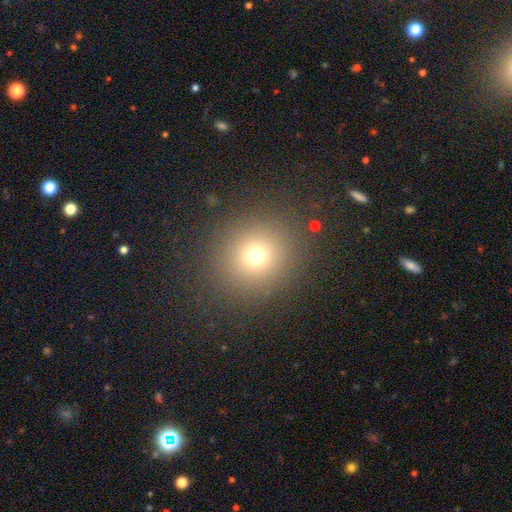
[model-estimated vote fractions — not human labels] Morphology: type=smooth (71%); roundness=round (88%); merging=none (88%).